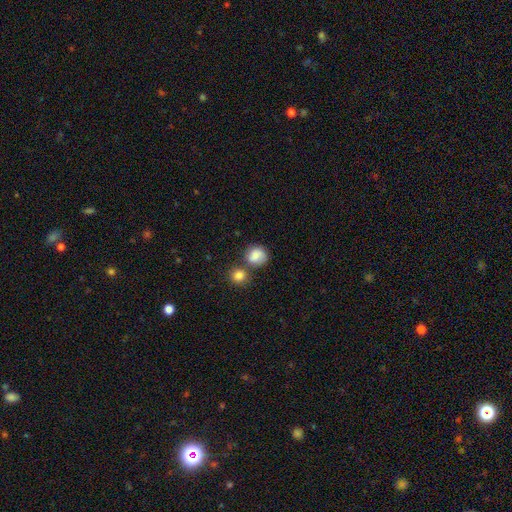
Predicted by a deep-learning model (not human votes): This is likely a smooth galaxy (79%). How rounded: likely round (80%). Merging: possibly none (54%).